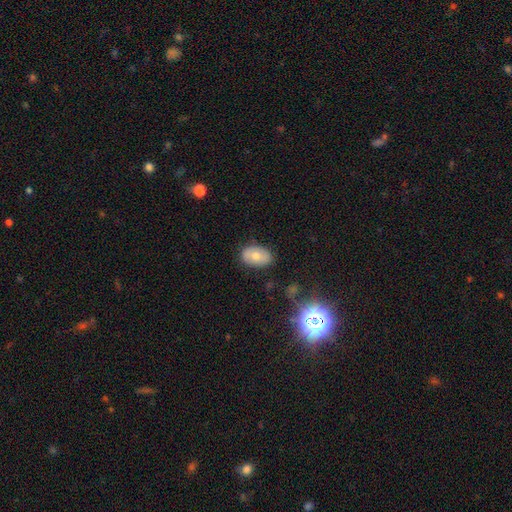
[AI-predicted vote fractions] Q: Smooth or featured?
A: smooth (70%); runner-up: featured or disk (22%)
Q: How rounded?
A: in between (88%); runner-up: round (11%)
Q: Merging?
A: none (81%); runner-up: minor disturbance (14%)